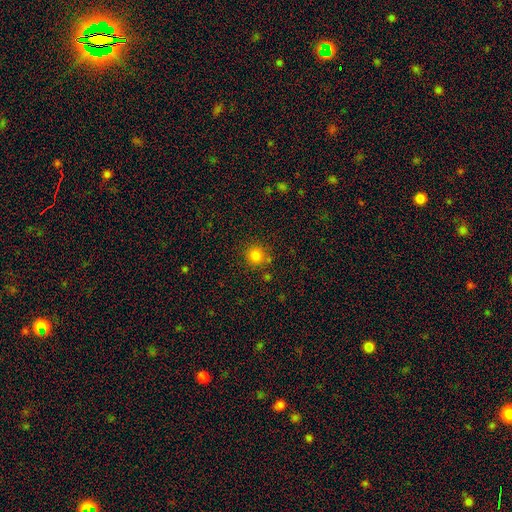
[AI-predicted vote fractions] smooth_or_featured: smooth (p=0.82) [alt: star or artifact p=0.14]
how_rounded: round (p=0.93) [alt: in between p=0.06]
merging: none (p=0.81) [alt: minor disturbance p=0.09]